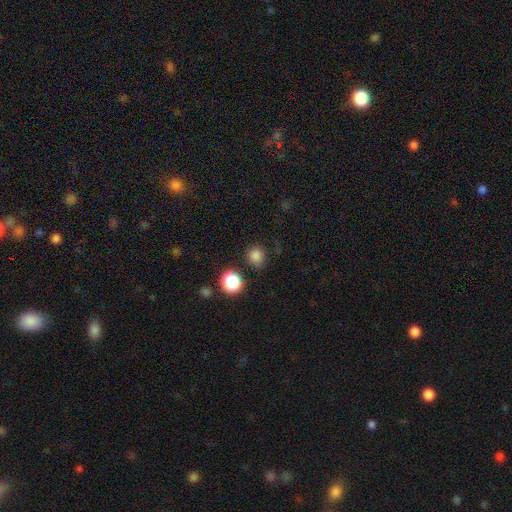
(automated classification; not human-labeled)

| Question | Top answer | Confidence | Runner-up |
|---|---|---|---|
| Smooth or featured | smooth | 80% | star or artifact (16%) |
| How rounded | round | 88% | in between (11%) |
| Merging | none | 82% | minor disturbance (11%) |